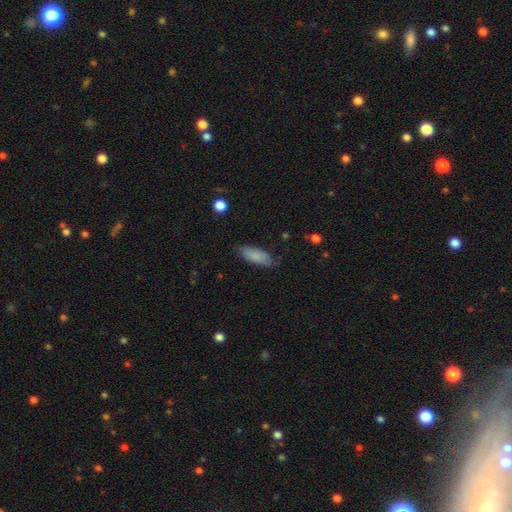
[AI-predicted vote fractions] Smooth or featured: smooth — 83% (featured or disk — 10%)
How rounded: in between — 71% (cigar-shaped — 27%)
Merging: none — 77% (minor disturbance — 18%)